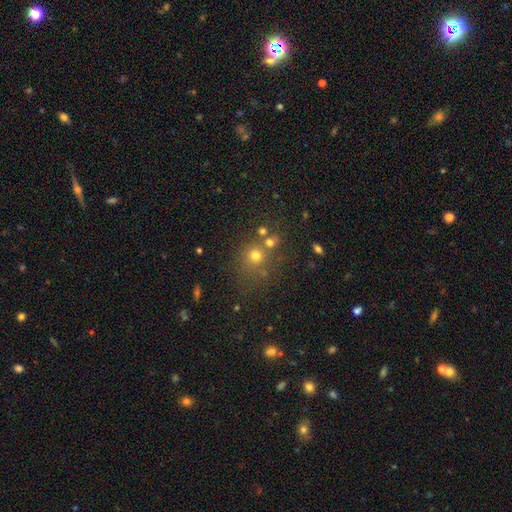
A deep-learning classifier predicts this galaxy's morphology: A smooth galaxy with no disk features (66%) that is round (85%).

Vote fractions:
- Smooth or featured? smooth: 66% / star or artifact: 23% / featured or disk: 12%
- How rounded? round: 85% / in between: 14% / cigar-shaped: 1%
- Merging? none: 62% / merger: 22% / minor disturbance: 11% / major disturbance: 6%